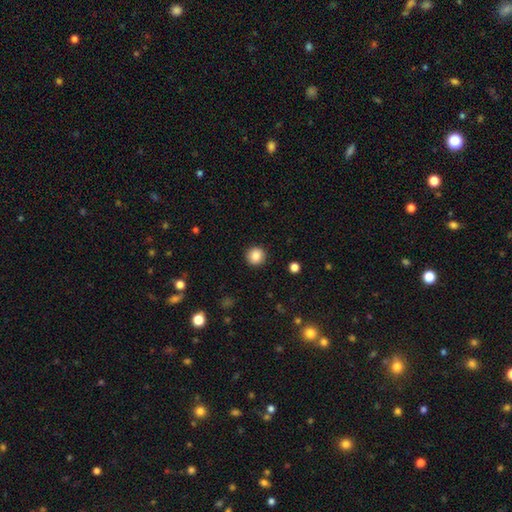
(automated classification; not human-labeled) smooth_or_featured: smooth (p=0.85) [alt: star or artifact p=0.10]
how_rounded: round (p=0.94) [alt: in between p=0.05]
merging: none (p=0.92) [alt: minor disturbance p=0.05]